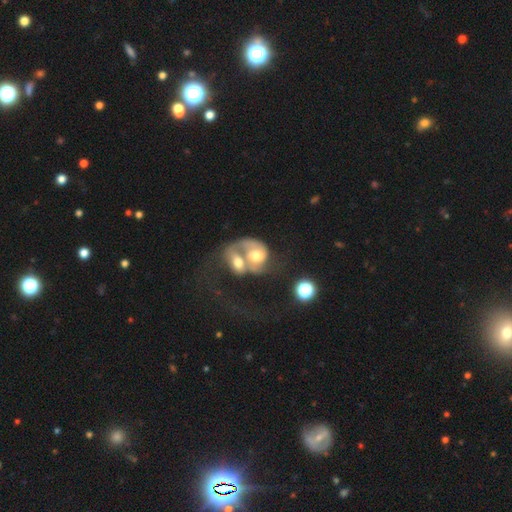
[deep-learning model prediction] This is likely a featured or disk galaxy (64%). It is clearly not viewed edge-on (97%). Bar: likely no (71%). Spiral arm pattern: likely yes (73%). Central bulge: likely moderate (64%). Merging: clearly merger (81%).